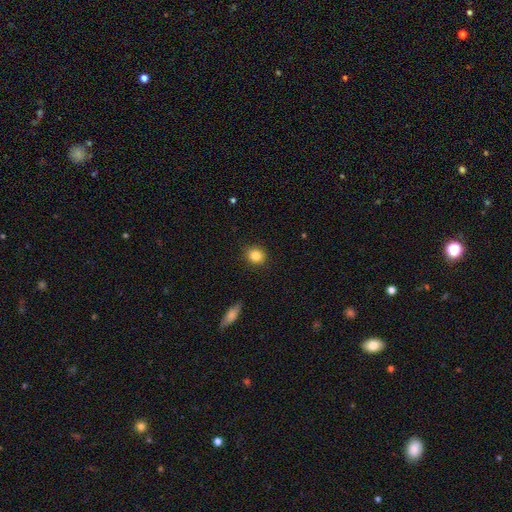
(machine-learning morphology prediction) Q: Smooth or featured?
A: smooth (85%); runner-up: star or artifact (10%)
Q: How rounded?
A: round (77%); runner-up: in between (22%)
Q: Merging?
A: none (89%); runner-up: minor disturbance (8%)